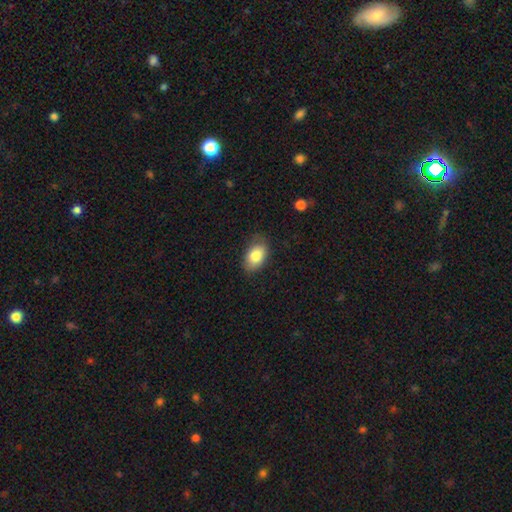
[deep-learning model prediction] The model was most divided on "merging": none: 78%, minor disturbance: 17%, major disturbance: 3%, merger: 1%. More confident: how rounded — in between (90%); smooth or featured — smooth (83%).